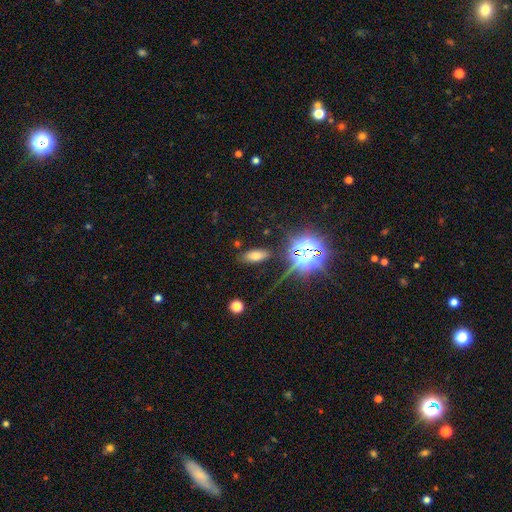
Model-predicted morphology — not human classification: type=smooth (62%); roundness=in between (80%); merging=none (83%).